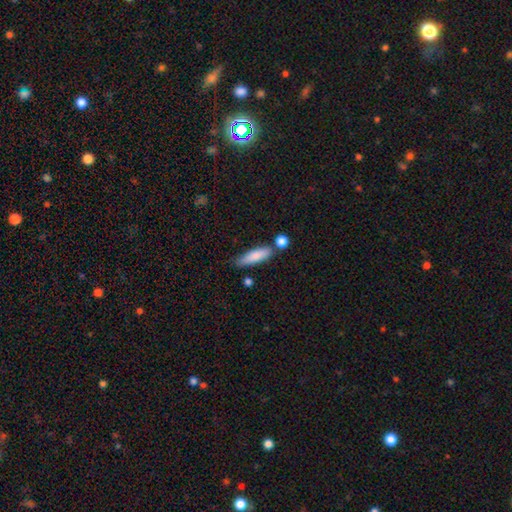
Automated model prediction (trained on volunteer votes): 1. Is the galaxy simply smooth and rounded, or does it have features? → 82% smooth, 12% featured or disk, 6% star or artifact.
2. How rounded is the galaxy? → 62% cigar-shaped, 36% in between, 2% round.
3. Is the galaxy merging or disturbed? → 68% none, 17% minor disturbance, 11% merger, 4% major disturbance.